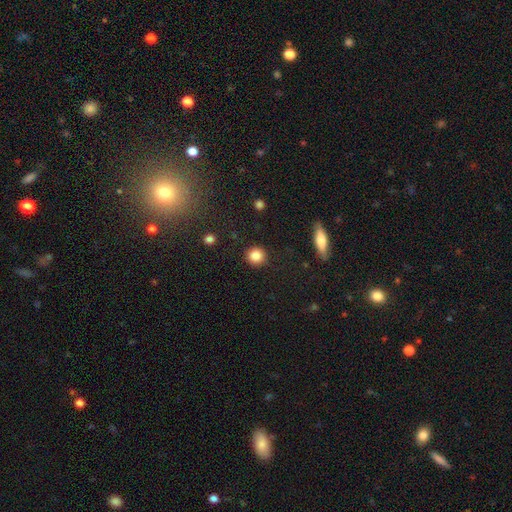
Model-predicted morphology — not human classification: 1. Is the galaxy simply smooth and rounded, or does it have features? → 86% smooth, 10% star or artifact, 4% featured or disk.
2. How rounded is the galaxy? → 92% round, 7% in between, 1% cigar-shaped.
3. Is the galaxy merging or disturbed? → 89% none, 7% minor disturbance, 2% major disturbance, 1% merger.